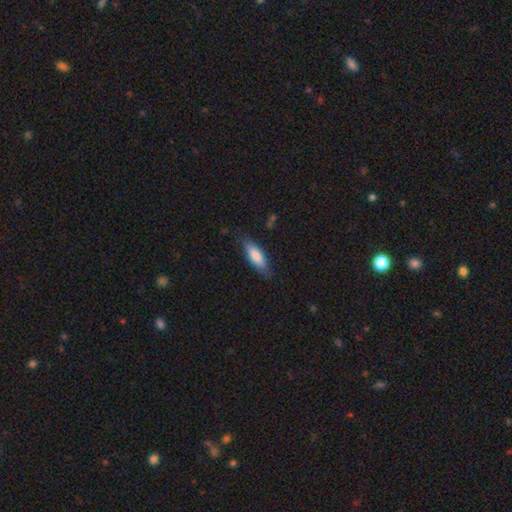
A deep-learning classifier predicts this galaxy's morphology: smooth-or-featured: smooth: 78% | featured or disk: 17% | star or artifact: 6%
  how-rounded: in between: 54% | cigar-shaped: 44% | round: 2%
  merging: none: 79% | minor disturbance: 16% | major disturbance: 3% | merger: 1%